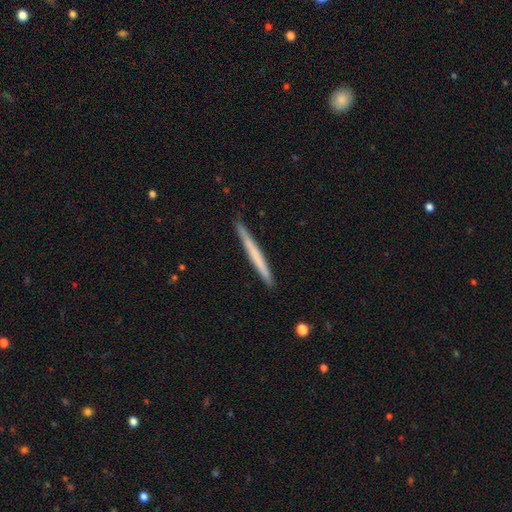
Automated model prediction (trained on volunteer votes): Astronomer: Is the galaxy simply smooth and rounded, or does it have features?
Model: smooth — 57% (runner-up: featured or disk, 38%).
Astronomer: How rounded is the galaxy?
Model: cigar-shaped — 97%.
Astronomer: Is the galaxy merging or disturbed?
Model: none — 90%.